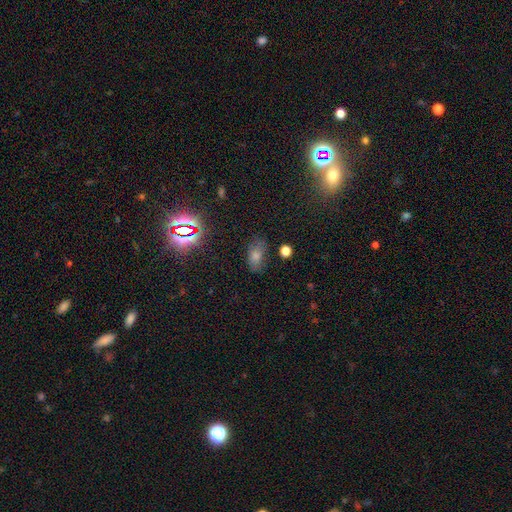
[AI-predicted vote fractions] smooth-or-featured: smooth: 53% | star or artifact: 32% | featured or disk: 15%
  how-rounded: in between: 85% | round: 11% | cigar-shaped: 4%
  merging: none: 73% | minor disturbance: 18% | major disturbance: 6% | merger: 3%